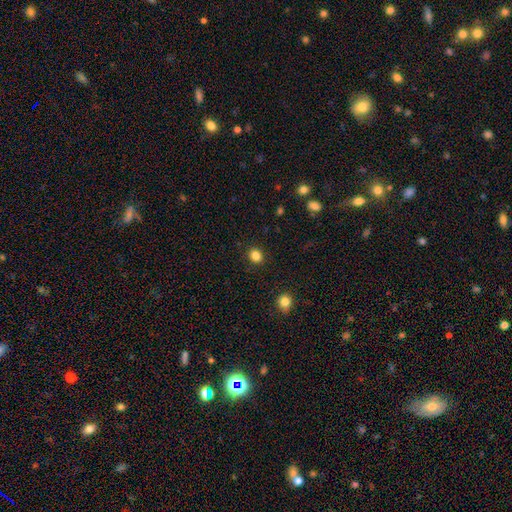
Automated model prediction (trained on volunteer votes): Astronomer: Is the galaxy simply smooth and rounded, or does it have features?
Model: smooth — 84%.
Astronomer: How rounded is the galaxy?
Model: round — 67%.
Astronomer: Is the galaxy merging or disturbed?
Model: none — 90%.